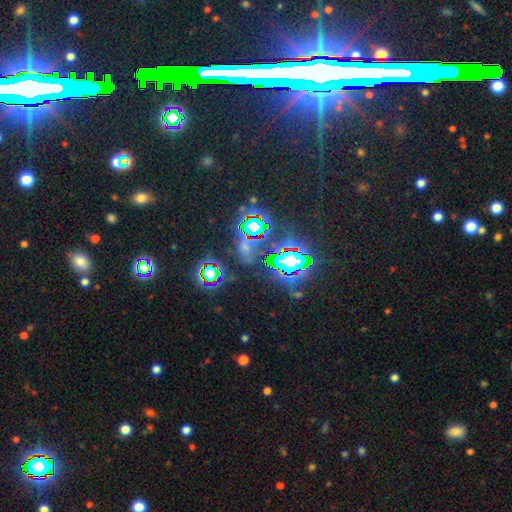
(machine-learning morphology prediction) Smooth or featured: star or artifact — 82% (smooth — 9%)